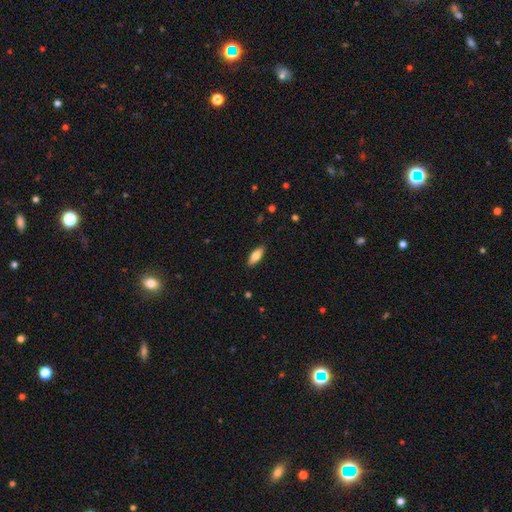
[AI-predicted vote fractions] smooth 76%, featured or disk 18%, star or artifact 6%. Down the decision tree: how rounded — in between (72%); merging — none (88%).